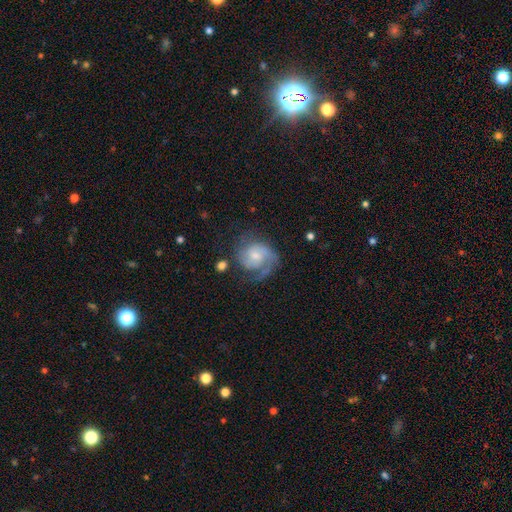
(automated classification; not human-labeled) Overall: featured or disk (78%). Edge-on disk: no (98%). Bar: no (53%; weak 42%). Spiral arms: yes (95%). Spiral arm count: 2 (47%; 1 29%). Spiral winding: medium (43%; tight 39%). Bulge size: small (45%; moderate 42%). Merging: none (56%; minor disturbance 21%).